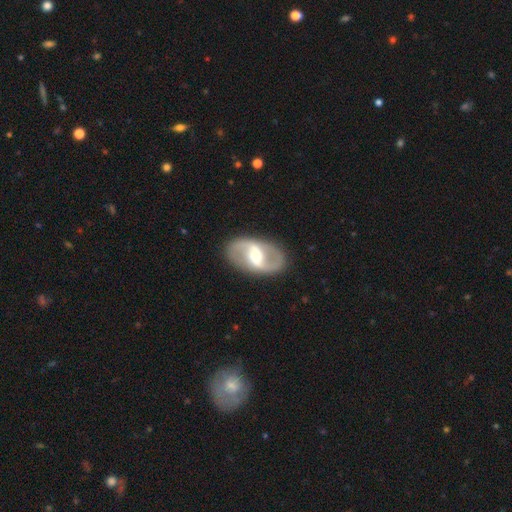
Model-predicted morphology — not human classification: Smooth or featured?
  - featured or disk: 84% *
  - smooth: 11%
  - star or artifact: 4%
Edge-on disk?
  - no: 96% *
  - yes: 4%
Bar?
  - strong: 44% *
  - weak: 41%
  - no: 15%
Spiral arms?
  - yes: 89% *
  - no: 11%
Spiral winding?
  - medium: 44% *
  - loose: 43%
  - tight: 13%
Spiral arm count?
  - 2: 92% *
  - can't tell: 3%
  - 1: 2%
  - 3: 1%
  - 4: 1%
  - more than 4: 1%
Bulge size?
  - moderate: 59% *
  - small: 30%
  - large: 8%
  - none: 2%
  - dominant: 1%
Merging?
  - none: 87% *
  - minor disturbance: 8%
  - major disturbance: 3%
  - merger: 1%